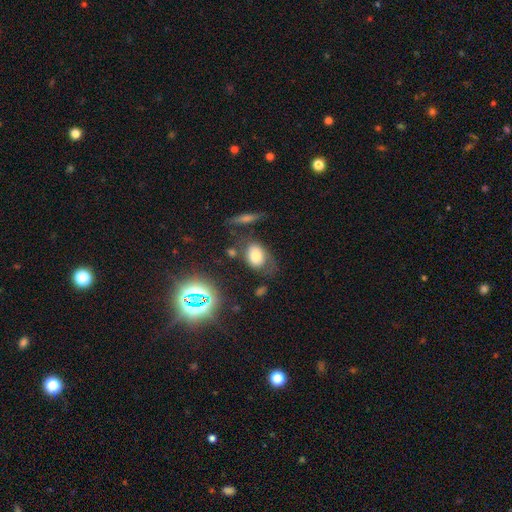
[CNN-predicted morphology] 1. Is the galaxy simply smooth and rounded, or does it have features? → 68% smooth, 19% featured or disk, 13% star or artifact.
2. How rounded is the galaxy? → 73% in between, 25% round, 1% cigar-shaped.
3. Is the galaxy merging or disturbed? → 48% none, 25% minor disturbance, 19% major disturbance, 8% merger.